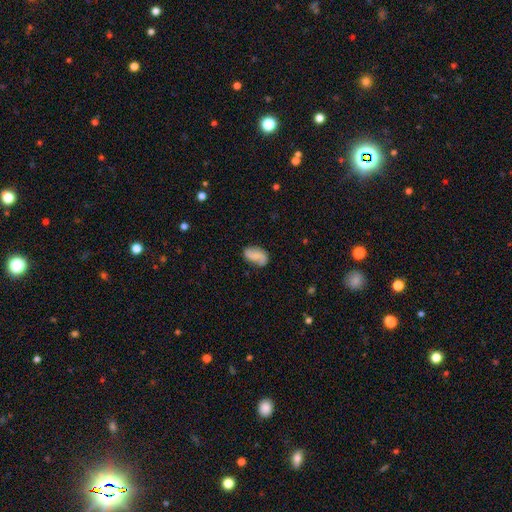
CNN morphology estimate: This appears to be a smooth galaxy with no disk features (50%) that is in between round and cigar-shaped (91%). Merging: none (65%).